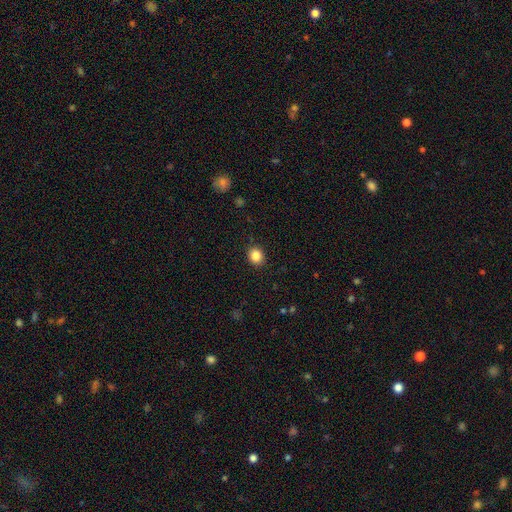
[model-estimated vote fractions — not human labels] This appears to be a smooth galaxy with no disk features (85%) that is round (76%). Merging: none (90%).